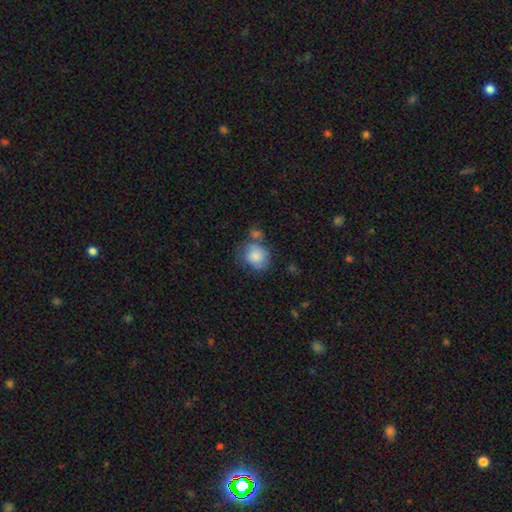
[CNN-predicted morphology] smooth-or-featured: smooth: 81% | featured or disk: 11% | star or artifact: 8%
  how-rounded: round: 67% | in between: 32% | cigar-shaped: 1%
  merging: none: 48% | minor disturbance: 22% | merger: 22% | major disturbance: 8%